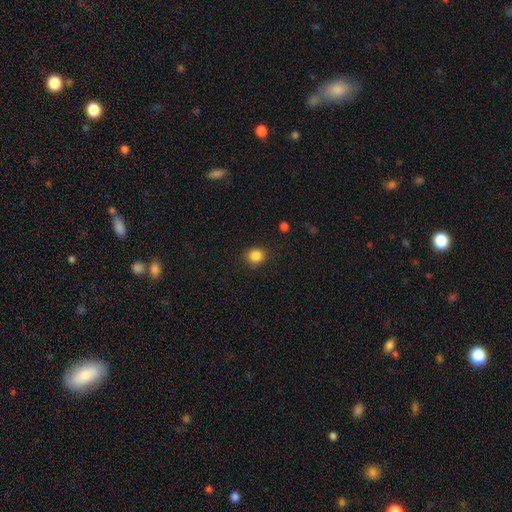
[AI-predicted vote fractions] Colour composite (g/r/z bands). It shows a smooth galaxy with no disk features (85%) that is round (85%). Merging: none (89%).